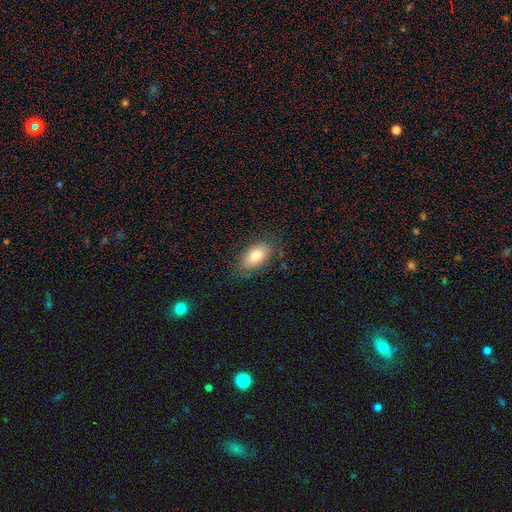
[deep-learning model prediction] smooth_or_featured: smooth (p=0.80) [alt: featured or disk p=0.13]
how_rounded: in between (p=0.92) [alt: round p=0.05]
merging: none (p=0.80) [alt: minor disturbance p=0.15]